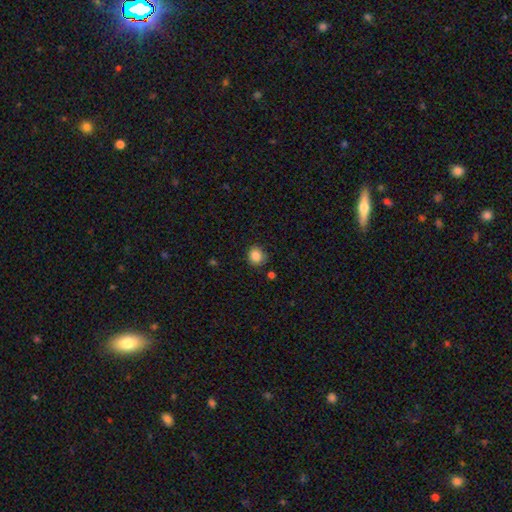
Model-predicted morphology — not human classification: Smooth or featured?
  - smooth: 86% *
  - star or artifact: 10%
  - featured or disk: 4%
How rounded?
  - round: 84% *
  - in between: 15%
  - cigar-shaped: 1%
Merging?
  - none: 80% *
  - minor disturbance: 15%
  - major disturbance: 3%
  - merger: 2%